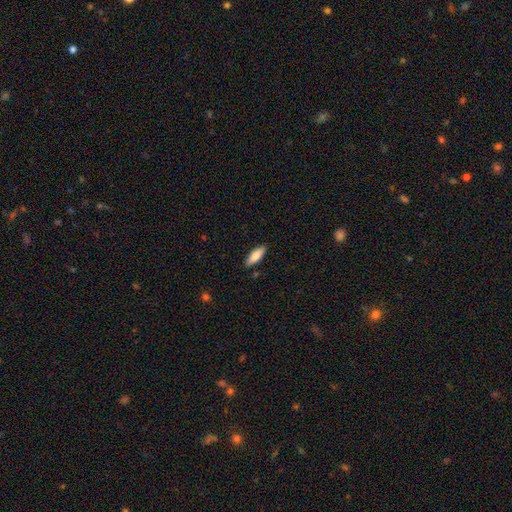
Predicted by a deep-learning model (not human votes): A smooth galaxy with no disk features (81%) that is in between round and cigar-shaped (60%). Merging: none (87%).